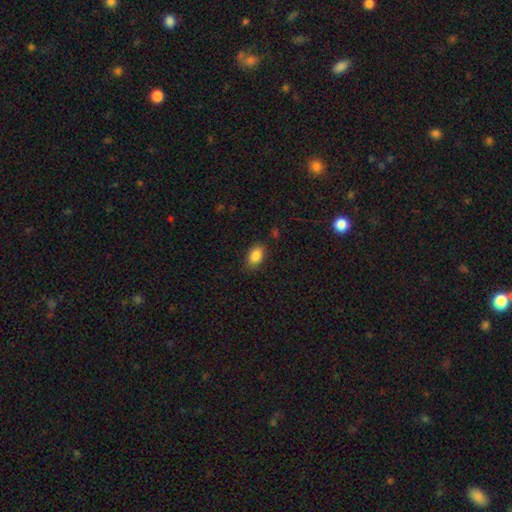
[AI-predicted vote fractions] smooth-or-featured: smooth: 86% | star or artifact: 8% | featured or disk: 5%
  how-rounded: in between: 89% | round: 8% | cigar-shaped: 2%
  merging: none: 84% | minor disturbance: 12% | major disturbance: 3% | merger: 1%